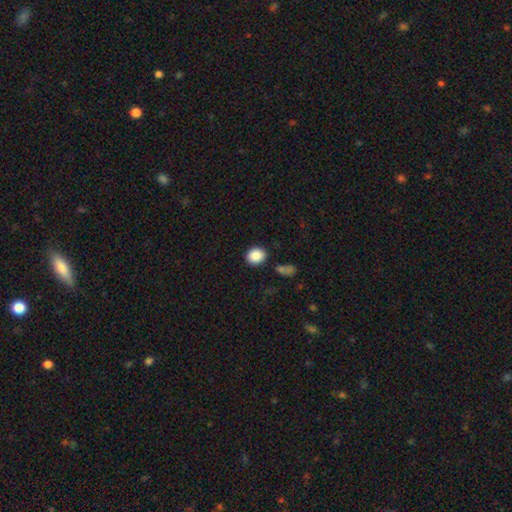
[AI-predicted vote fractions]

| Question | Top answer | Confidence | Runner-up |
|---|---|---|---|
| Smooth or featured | smooth | 88% | star or artifact (8%) |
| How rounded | round | 67% | in between (32%) |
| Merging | none | 85% | minor disturbance (9%) |